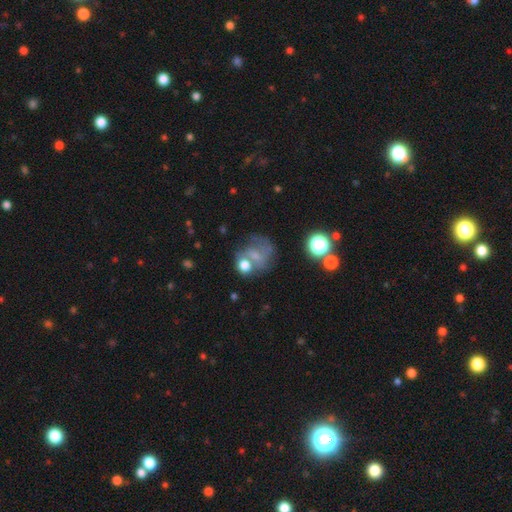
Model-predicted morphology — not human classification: Q: Smooth or featured?
A: smooth (46%); runner-up: featured or disk (36%)
Q: Merging?
A: none (38%); runner-up: major disturbance (23%)